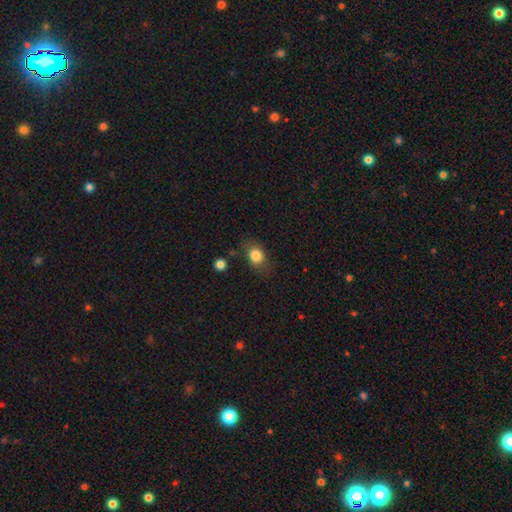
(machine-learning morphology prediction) This is clearly a smooth galaxy (82%). How rounded: possibly in between (53%). Merging: likely none (72%).